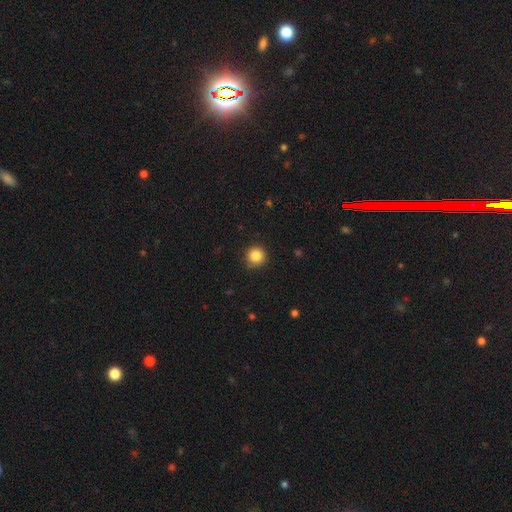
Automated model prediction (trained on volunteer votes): smooth-or-featured: smooth: 85% | star or artifact: 11% | featured or disk: 4%
  how-rounded: round: 95% | in between: 4% | cigar-shaped: 1%
  merging: none: 87% | minor disturbance: 10% | major disturbance: 2% | merger: 1%